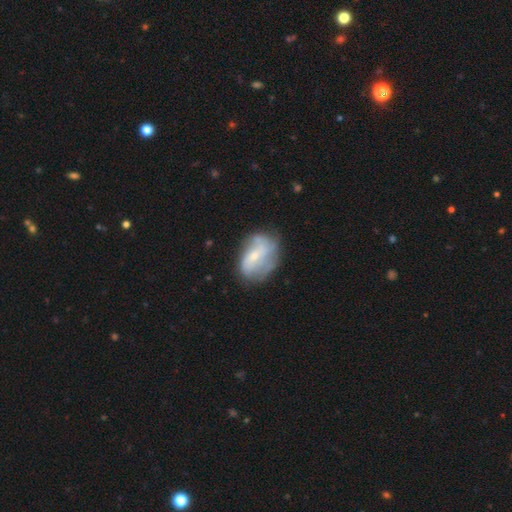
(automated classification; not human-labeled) Morphology: type=featured or disk (59%); edge-on=no (96%); bar=no (52%); spiral arms=yes (65%); bulge=small (66%); merging=none (53%).